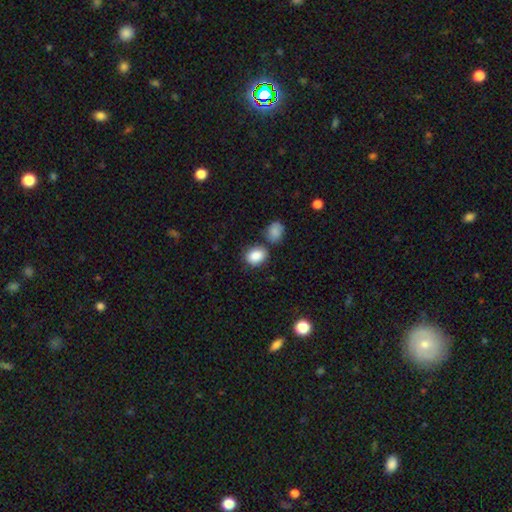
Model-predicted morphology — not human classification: A smooth galaxy with no disk features (88%) that is in between round and cigar-shaped (64%). Merging: none (66%).